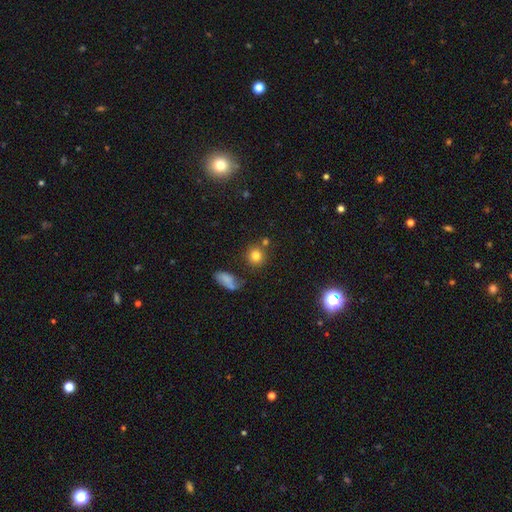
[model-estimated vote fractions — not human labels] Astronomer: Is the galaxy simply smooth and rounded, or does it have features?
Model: smooth — 79%.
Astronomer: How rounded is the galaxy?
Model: round — 87%.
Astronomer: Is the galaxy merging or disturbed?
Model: none — 73%.